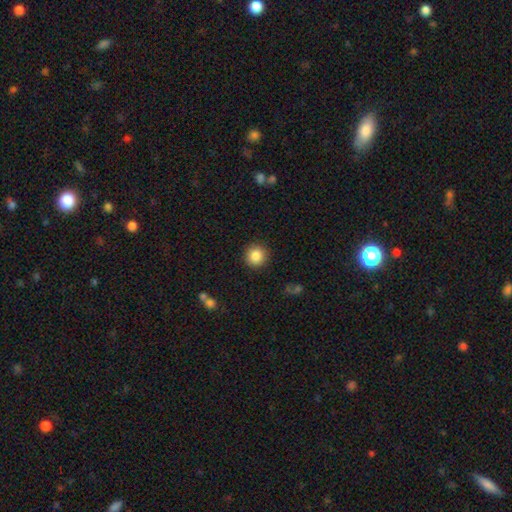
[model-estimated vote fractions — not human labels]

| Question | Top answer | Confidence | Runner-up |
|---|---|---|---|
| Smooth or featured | smooth | 86% | star or artifact (9%) |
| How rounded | round | 94% | in between (5%) |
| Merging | none | 91% | minor disturbance (6%) |